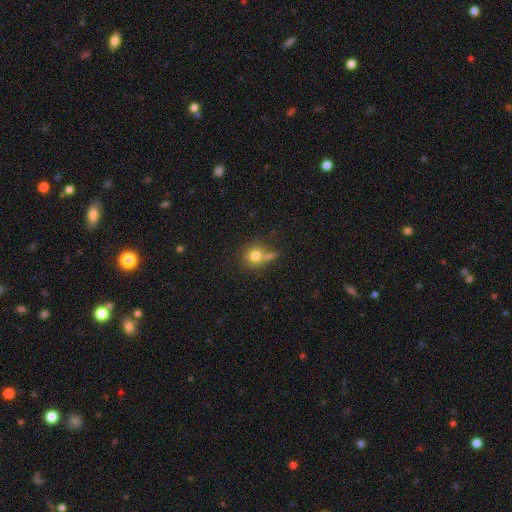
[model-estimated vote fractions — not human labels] Overall: smooth (78%). How rounded: round (84%). Merging: none (52%; merger 24%).